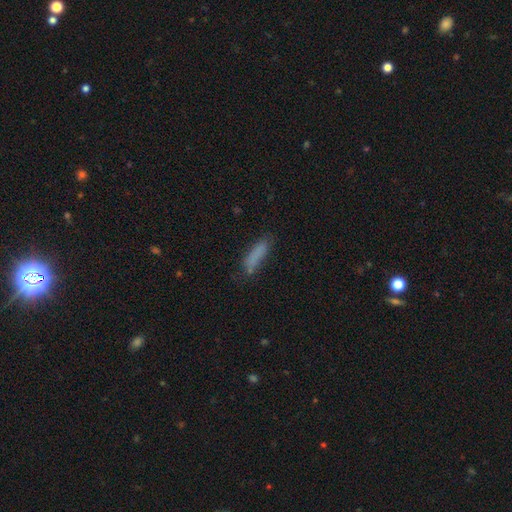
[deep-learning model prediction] Overall: smooth (80%). How rounded: cigar-shaped (71%). Merging: none (69%).